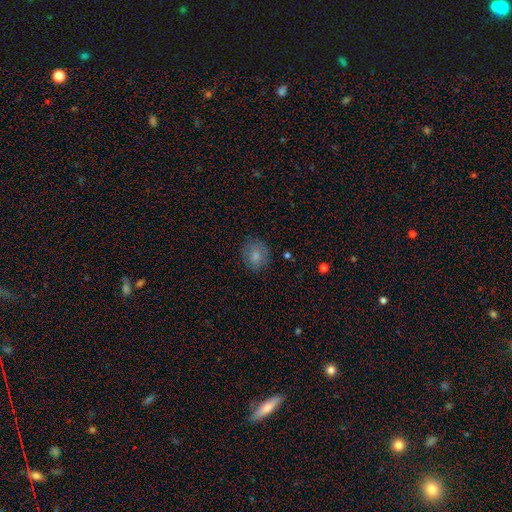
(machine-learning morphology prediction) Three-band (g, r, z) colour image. It shows a smooth galaxy with no disk features (80%) that is round (59%). Merging: none (79%).